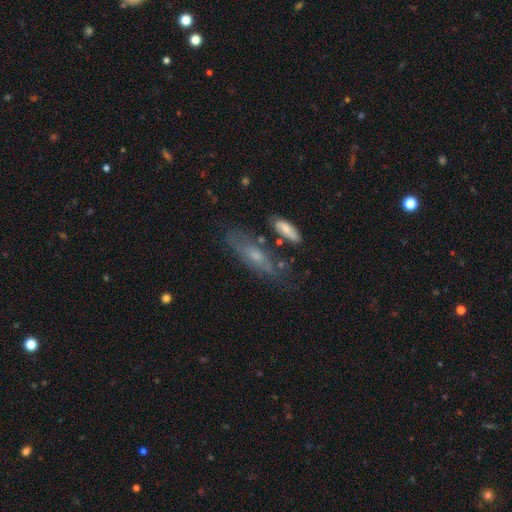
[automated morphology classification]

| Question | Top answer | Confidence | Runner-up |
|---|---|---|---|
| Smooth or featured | featured or disk | 48% | smooth (41%) |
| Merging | none | 61% | minor disturbance (20%) |